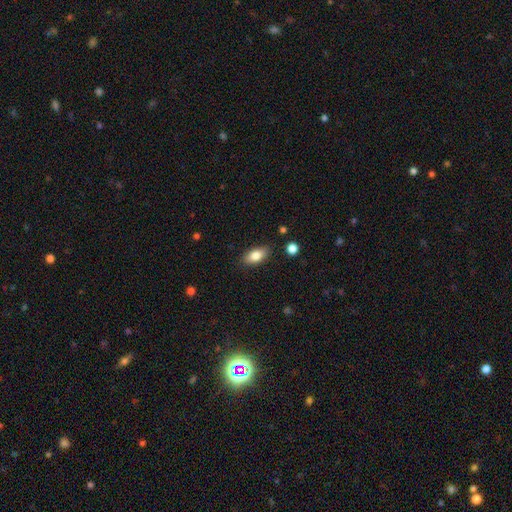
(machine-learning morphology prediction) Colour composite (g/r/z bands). It shows a smooth galaxy with no disk features (82%) that is in between round and cigar-shaped (88%). Merging: none (85%).